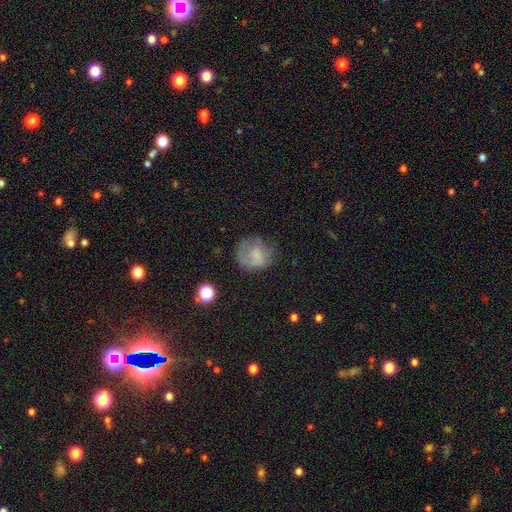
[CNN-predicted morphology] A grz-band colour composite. It shows a smooth galaxy with no disk features (63%) that is round (78%). Merging: none (49%).